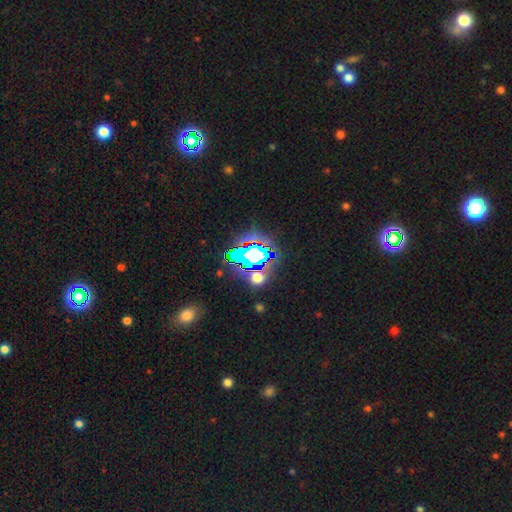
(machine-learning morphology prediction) Smooth or featured: star or artifact — 64% (smooth — 20%)